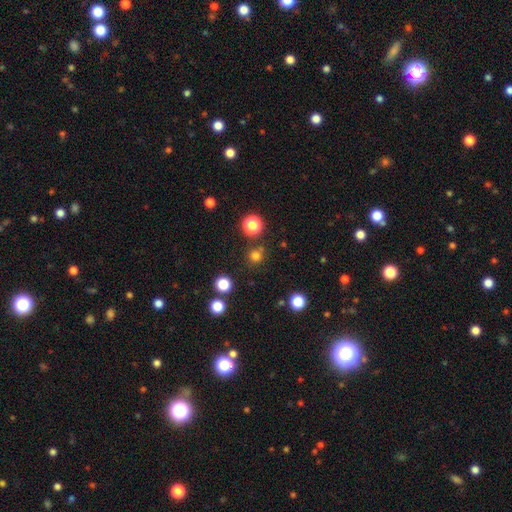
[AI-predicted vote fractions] This appears to be a smooth galaxy with no disk features (75%) that is round (93%). Merging: none (80%).